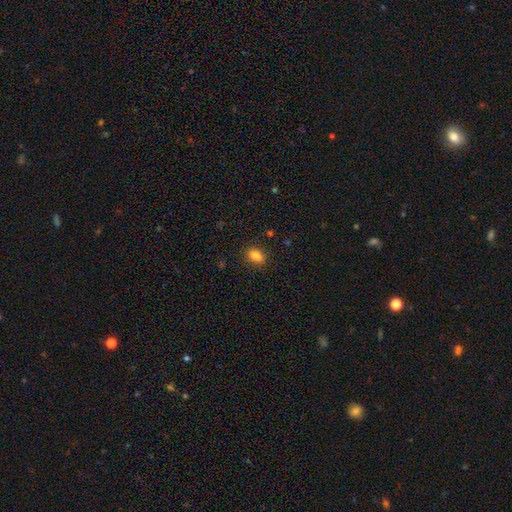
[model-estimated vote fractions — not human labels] Smooth or featured: smooth — 84% (star or artifact — 10%)
How rounded: in between — 79% (round — 18%)
Merging: none — 87% (minor disturbance — 10%)